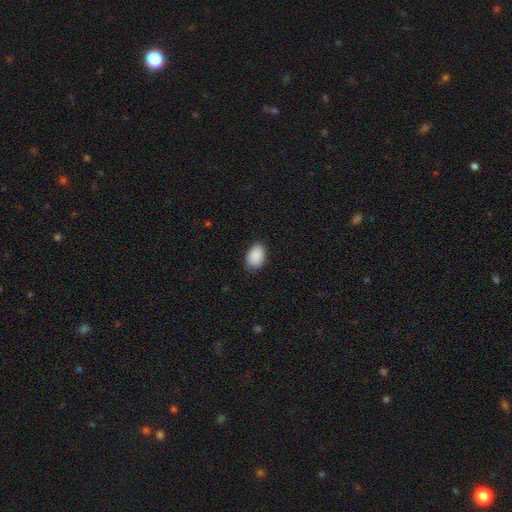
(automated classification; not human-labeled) Smooth or featured: smooth — 90% (star or artifact — 7%)
How rounded: in between — 86% (round — 13%)
Merging: none — 83% (minor disturbance — 13%)